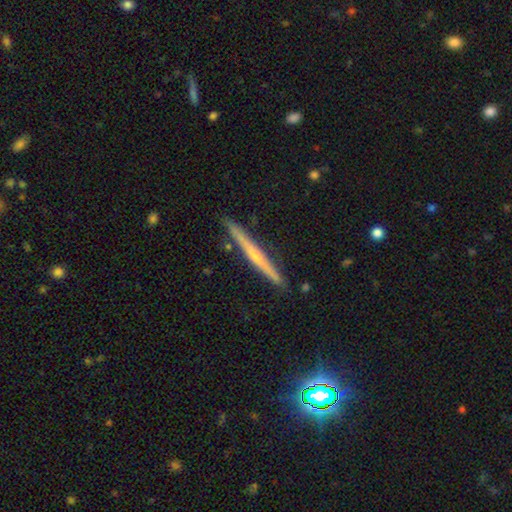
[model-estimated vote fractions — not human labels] The model was most divided on "edge-on bulge": rounded: 49%, none: 46%, boxy: 5%. More confident: edge-on disk — yes (98%); merging — none (90%); smooth or featured — featured or disk (61%).